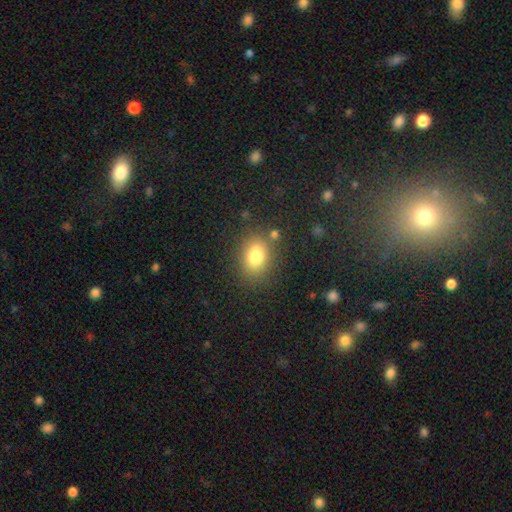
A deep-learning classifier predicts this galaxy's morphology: Smooth or featured: smooth — 80% (star or artifact — 11%)
How rounded: in between — 60% (round — 39%)
Merging: none — 80% (minor disturbance — 12%)